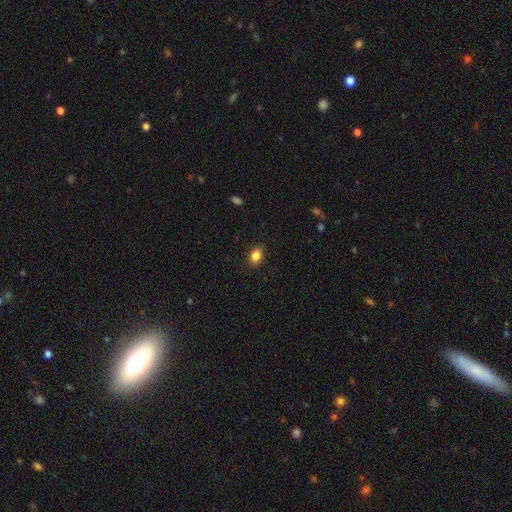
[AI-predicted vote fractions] Smooth or featured?
  - smooth: 86% *
  - star or artifact: 9%
  - featured or disk: 5%
How rounded?
  - in between: 78% *
  - round: 21%
  - cigar-shaped: 1%
Merging?
  - none: 88% *
  - minor disturbance: 9%
  - major disturbance: 2%
  - merger: 1%